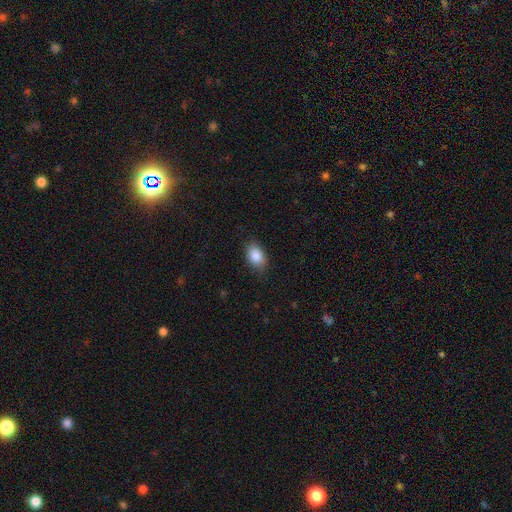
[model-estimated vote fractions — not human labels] This is clearly a smooth galaxy (87%). How rounded: clearly in between (82%). Merging: likely none (80%).